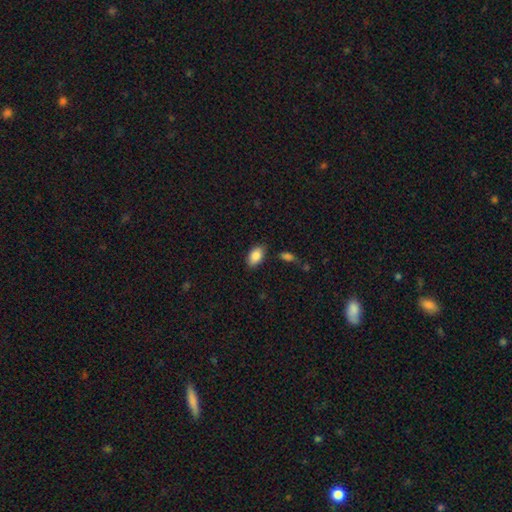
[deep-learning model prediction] Smooth or featured: smooth — 87% (star or artifact — 7%)
How rounded: in between — 92% (round — 6%)
Merging: none — 79% (minor disturbance — 14%)